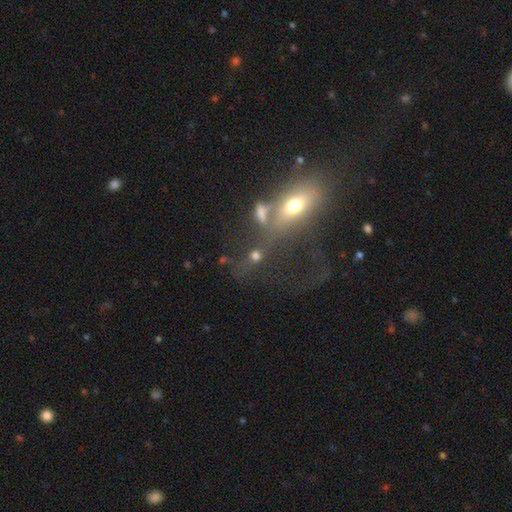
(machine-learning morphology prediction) smooth-or-featured: smooth: 55% | star or artifact: 23% | featured or disk: 22%
  how-rounded: round: 59% | in between: 33% | cigar-shaped: 8%
  merging: none: 41% | merger: 33% | major disturbance: 14% | minor disturbance: 12%